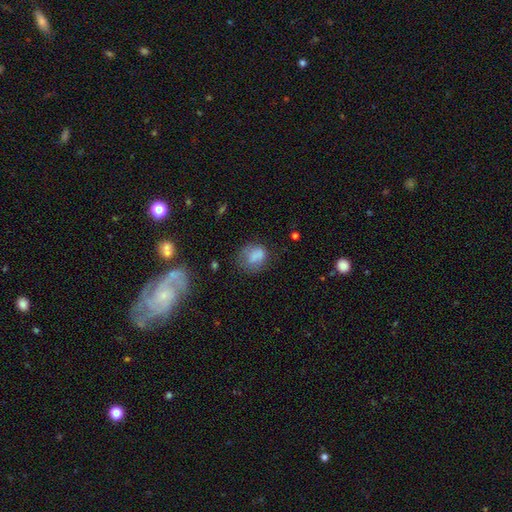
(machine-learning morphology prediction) Q: Smooth or featured?
A: smooth (73%); runner-up: featured or disk (16%)
Q: How rounded?
A: round (53%); runner-up: in between (45%)
Q: Merging?
A: none (49%); runner-up: minor disturbance (28%)